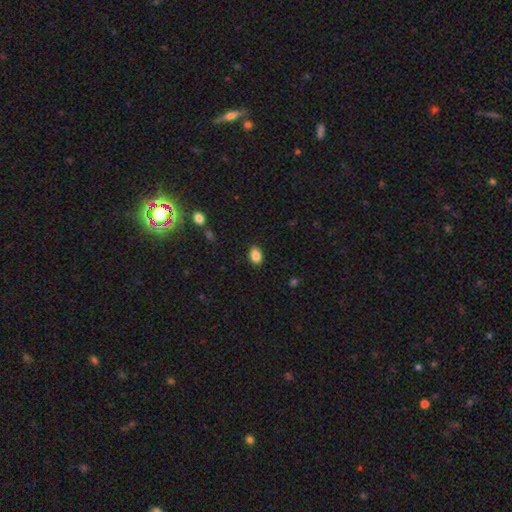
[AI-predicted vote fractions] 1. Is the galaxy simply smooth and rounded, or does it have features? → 87% smooth, 9% star or artifact, 4% featured or disk.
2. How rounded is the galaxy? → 80% in between, 19% round, 1% cigar-shaped.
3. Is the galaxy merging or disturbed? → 89% none, 8% minor disturbance, 2% major disturbance, 1% merger.